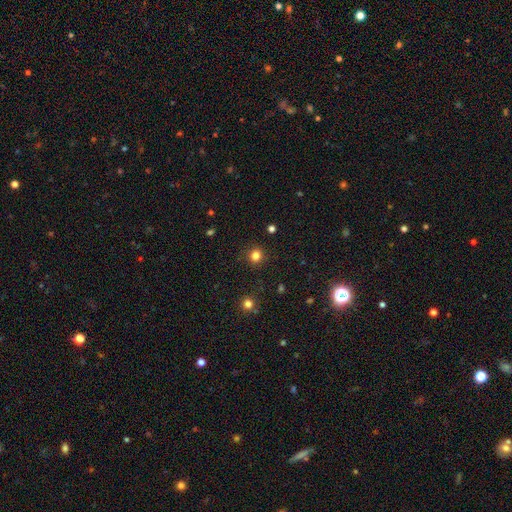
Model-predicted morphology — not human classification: Smooth or featured?
  - smooth: 81% *
  - star or artifact: 15%
  - featured or disk: 5%
How rounded?
  - round: 91% *
  - in between: 8%
  - cigar-shaped: 1%
Merging?
  - none: 90% *
  - minor disturbance: 6%
  - major disturbance: 2%
  - merger: 1%